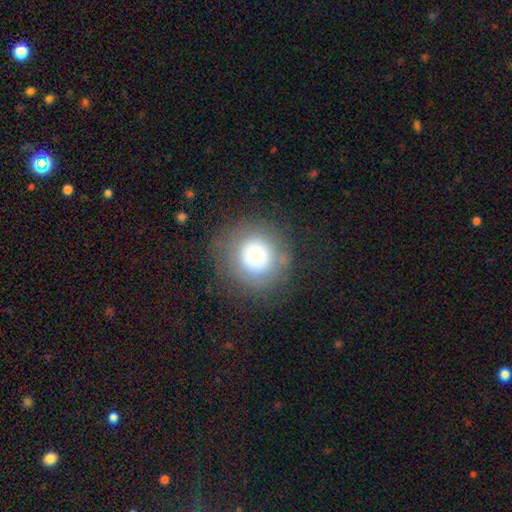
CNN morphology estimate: type=smooth (68%); roundness=round (94%); merging=none (81%).